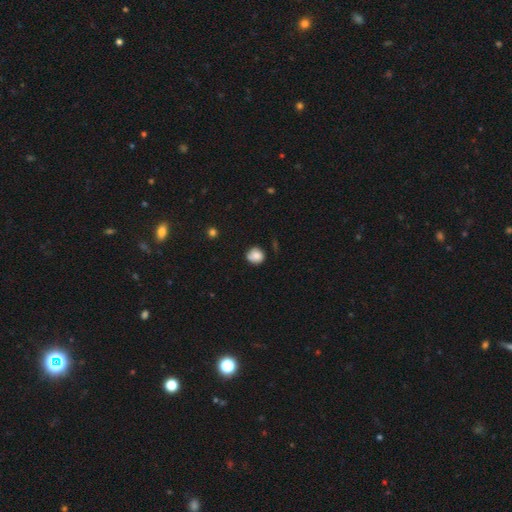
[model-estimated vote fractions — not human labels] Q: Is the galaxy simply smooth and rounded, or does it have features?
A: smooth — 80%.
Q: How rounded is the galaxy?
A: round — 84%.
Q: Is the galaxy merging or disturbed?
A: none — 67%.